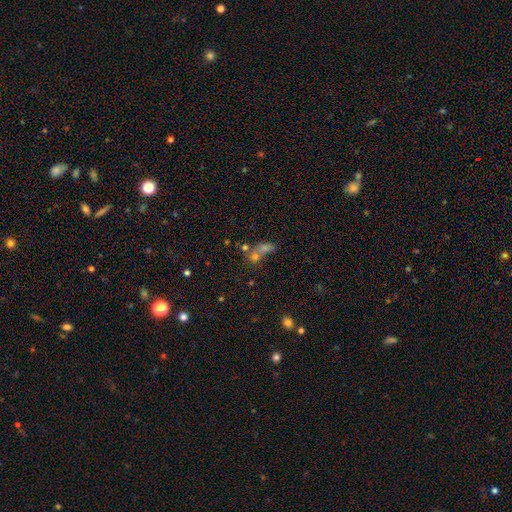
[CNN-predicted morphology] Smooth or featured? smooth (47%)
Merging? merger (50%)